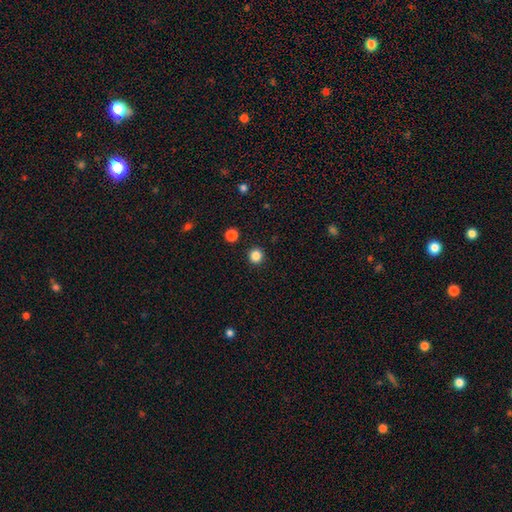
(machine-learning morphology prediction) Overall: smooth (84%). How rounded: round (94%). Merging: none (93%).